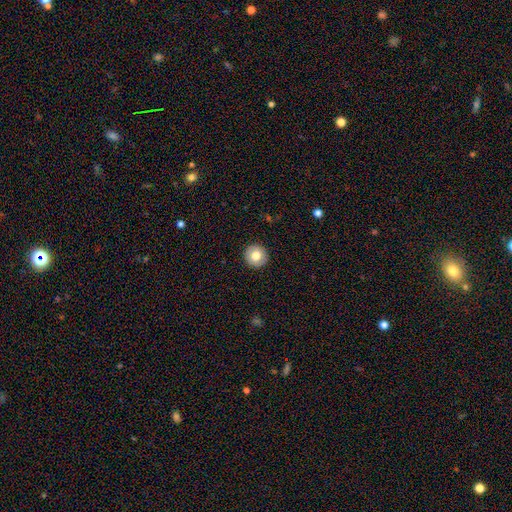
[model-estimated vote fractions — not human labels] smooth_or_featured: smooth (p=0.75) [alt: featured or disk p=0.17]
how_rounded: round (p=0.94) [alt: in between p=0.05]
merging: none (p=0.92) [alt: minor disturbance p=0.05]